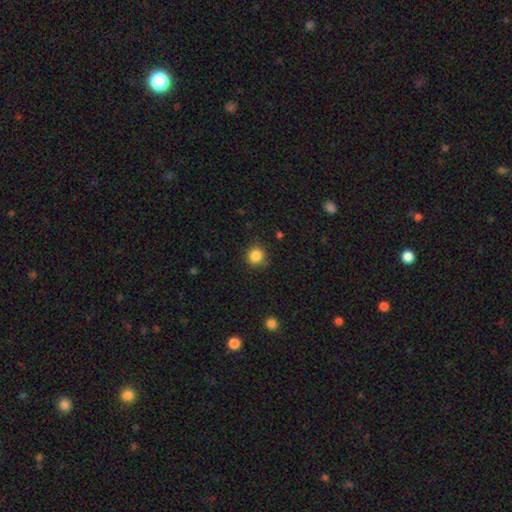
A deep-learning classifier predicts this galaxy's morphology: smooth-or-featured: smooth: 85% | star or artifact: 11% | featured or disk: 4%
  how-rounded: round: 92% | in between: 7% | cigar-shaped: 1%
  merging: none: 86% | minor disturbance: 9% | major disturbance: 3% | merger: 2%